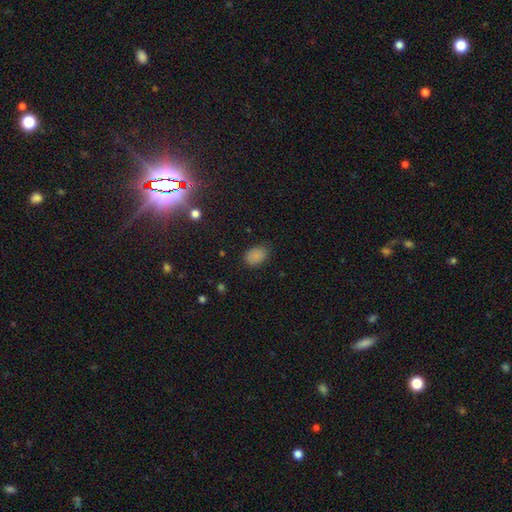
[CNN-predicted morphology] type=smooth (85%); roundness=in between (82%); merging=none (80%).